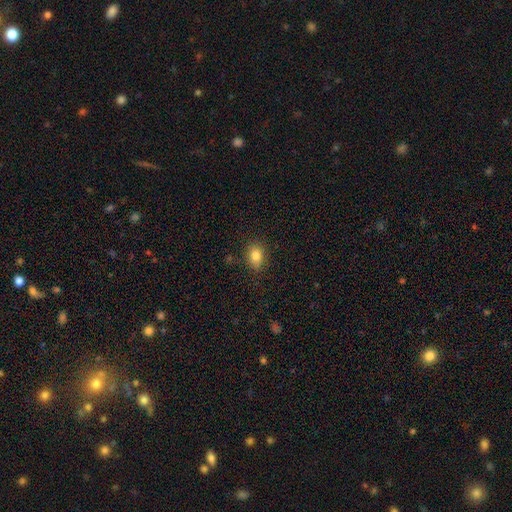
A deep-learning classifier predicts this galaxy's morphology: Smooth or featured? smooth (82%)
How rounded? in between (58%)
Merging? none (83%)